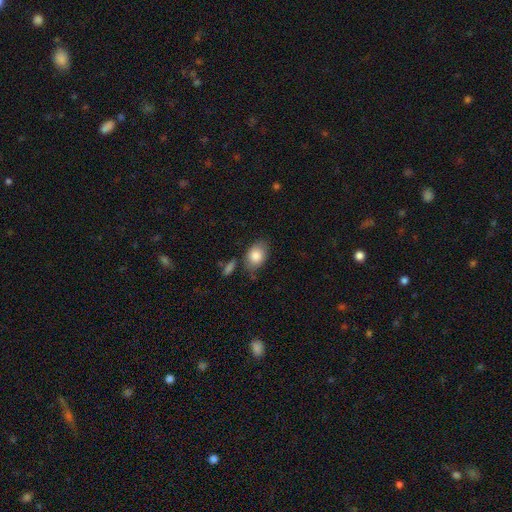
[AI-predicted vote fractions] smooth 84%, featured or disk 9%, star or artifact 7%. Down the decision tree: how rounded — in between (81%); merging — none (66%).